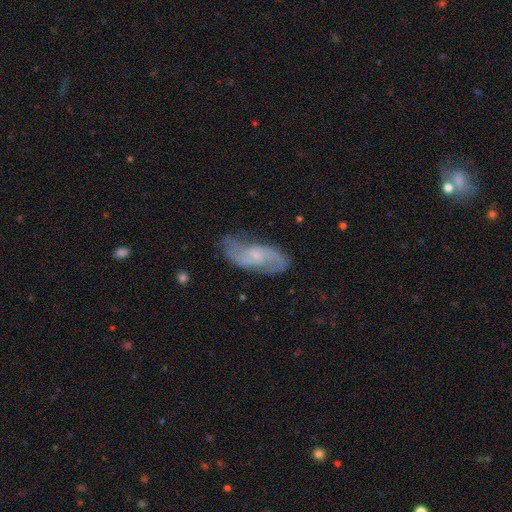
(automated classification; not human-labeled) The model was most divided on "spiral winding": medium: 44%, loose: 40%, tight: 17%. More confident: edge-on disk — no (92%); spiral arms — yes (92%); spiral arm count — 2 (82%); smooth or featured — featured or disk (74%); merging — none (69%); bulge size — small (55%); bar — no (51%).